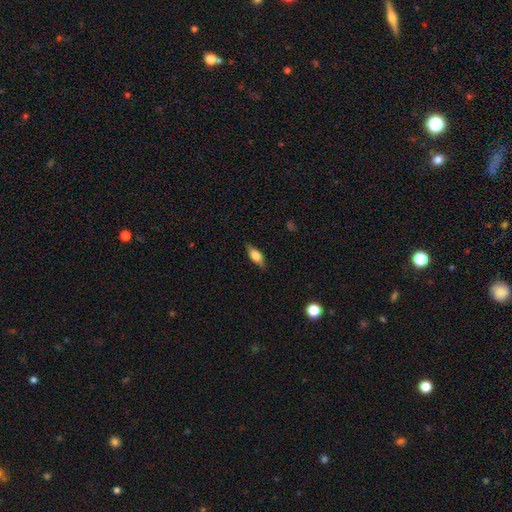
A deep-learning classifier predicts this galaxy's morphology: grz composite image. It shows a smooth galaxy with no disk features (59%) that is in between round and cigar-shaped (66%). Merging: none (84%).